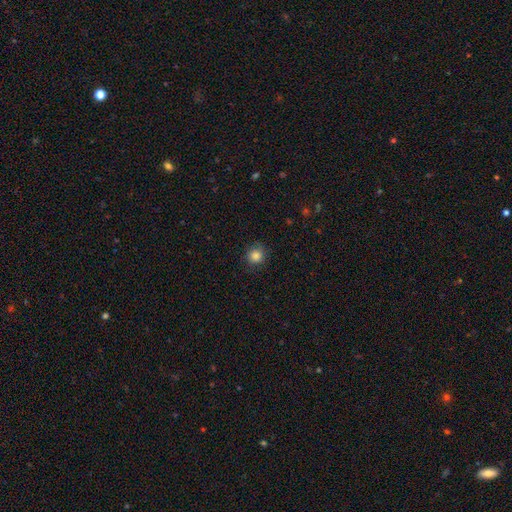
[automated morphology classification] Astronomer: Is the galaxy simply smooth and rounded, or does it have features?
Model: smooth — 84%.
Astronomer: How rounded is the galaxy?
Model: round — 90%.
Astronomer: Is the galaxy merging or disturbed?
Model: none — 84%.